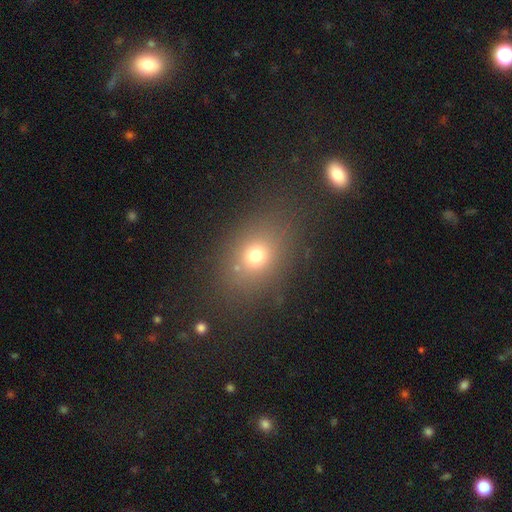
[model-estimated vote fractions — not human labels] Smooth or featured? Predicted: smooth (p=0.71). How rounded? Predicted: in between (p=0.53). Merging? Predicted: none (p=0.78).